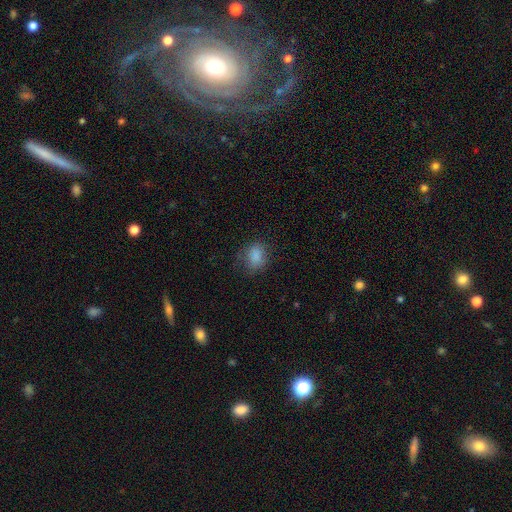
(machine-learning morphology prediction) Q: Smooth or featured?
A: smooth (84%); runner-up: star or artifact (10%)
Q: How rounded?
A: in between (61%); runner-up: round (38%)
Q: Merging?
A: none (70%); runner-up: minor disturbance (20%)